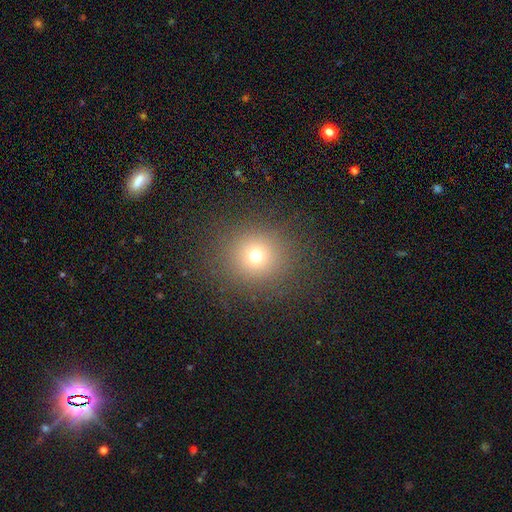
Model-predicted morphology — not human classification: smooth 70%, star or artifact 20%, featured or disk 10%. Down the decision tree: how rounded — round (91%); merging — none (87%).